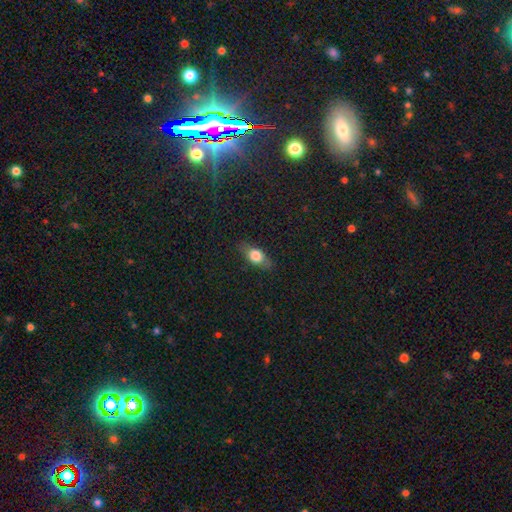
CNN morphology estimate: smooth 71%, featured or disk 21%, star or artifact 9%. Down the decision tree: how rounded — in between (76%); merging — none (81%).